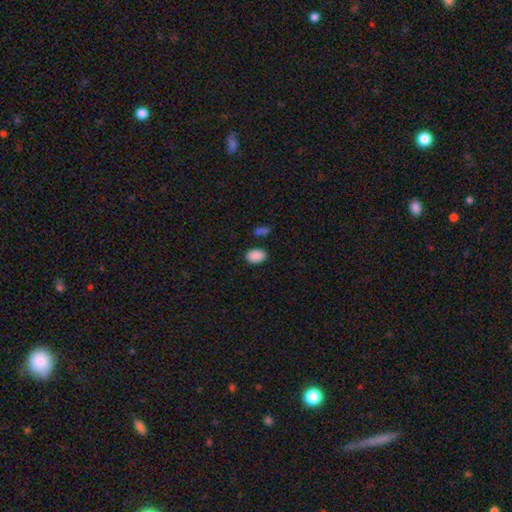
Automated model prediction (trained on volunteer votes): A smooth galaxy with no disk features (89%) that is in between round and cigar-shaped (85%).

Vote fractions:
- Smooth or featured? smooth: 89% / star or artifact: 8% / featured or disk: 3%
- How rounded? in between: 85% / round: 14% / cigar-shaped: 1%
- Merging? none: 82% / minor disturbance: 11% / merger: 5% / major disturbance: 3%